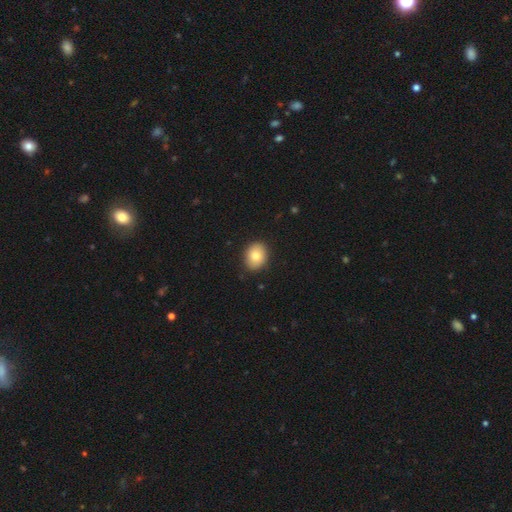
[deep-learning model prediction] This is clearly a smooth galaxy (80%). How rounded: possibly round (54%). Merging: clearly none (88%).